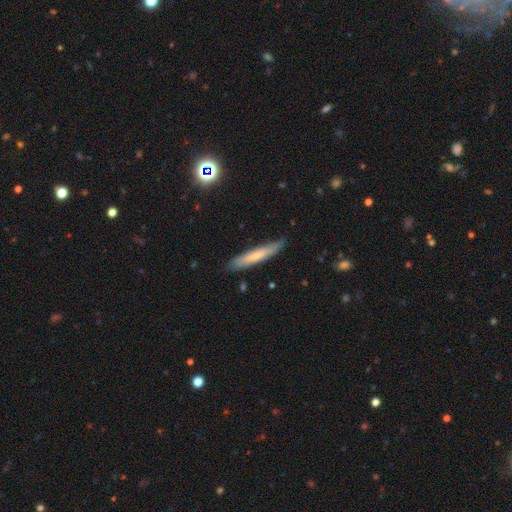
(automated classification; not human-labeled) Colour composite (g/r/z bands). It shows a smooth galaxy with no disk features (61%) that is cigar-shaped (91%). Merging: none (79%).